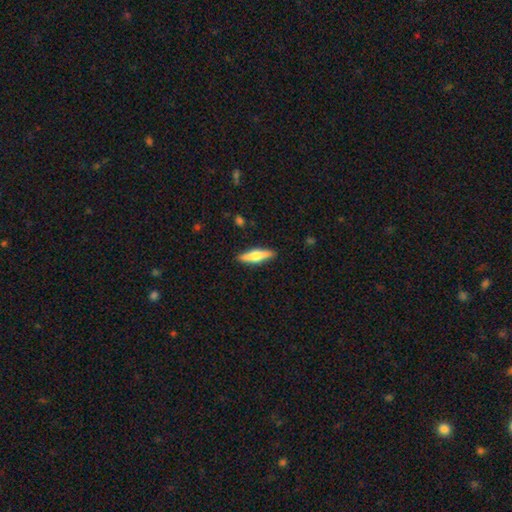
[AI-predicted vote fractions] smooth_or_featured: smooth (p=0.54) [alt: featured or disk p=0.41]
how_rounded: cigar-shaped (p=0.68) [alt: in between p=0.29]
merging: none (p=0.89) [alt: minor disturbance p=0.08]